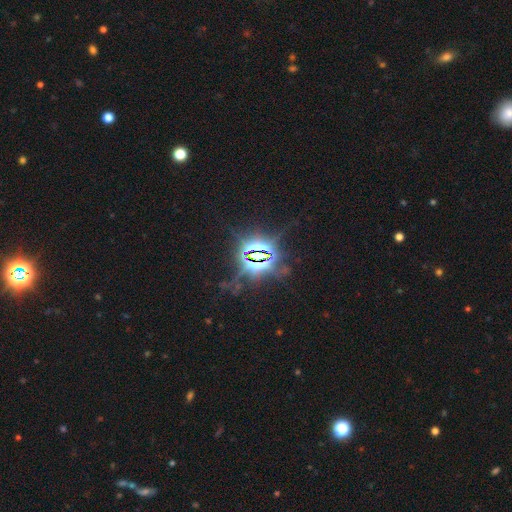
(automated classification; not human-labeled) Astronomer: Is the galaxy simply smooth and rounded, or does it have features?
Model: star or artifact — 85%.